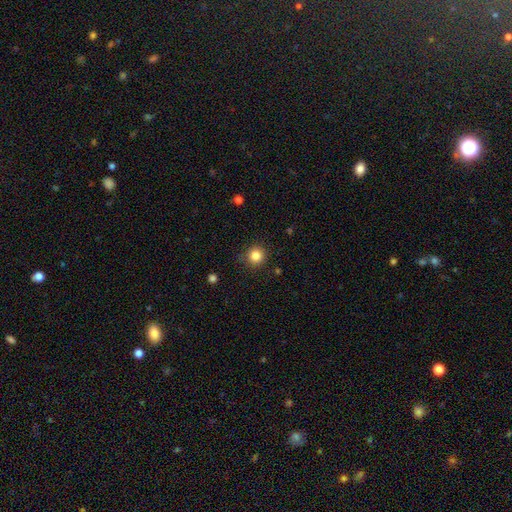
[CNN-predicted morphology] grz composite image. It shows a smooth galaxy with no disk features (84%) that is round (94%). Merging: none (87%).